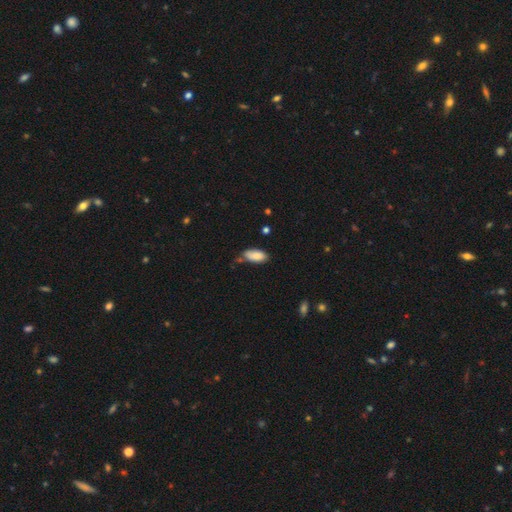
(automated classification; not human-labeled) Smooth or featured?
  - smooth: 86% *
  - star or artifact: 7%
  - featured or disk: 7%
How rounded?
  - in between: 91% *
  - cigar-shaped: 7%
  - round: 2%
Merging?
  - none: 61% *
  - minor disturbance: 28%
  - merger: 6%
  - major disturbance: 5%